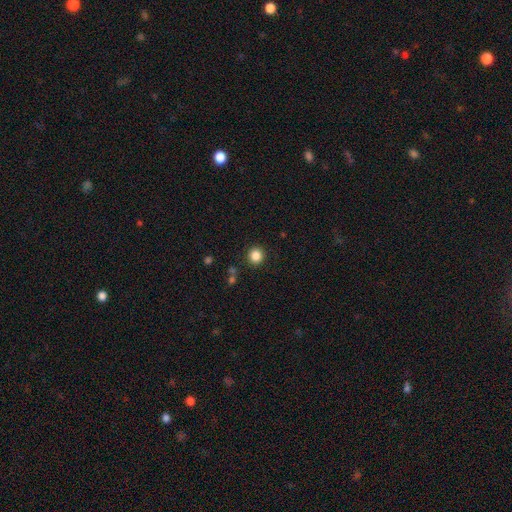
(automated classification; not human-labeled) Smooth or featured? Predicted: smooth (p=0.86). How rounded? Predicted: round (p=0.92). Merging? Predicted: none (p=0.90).